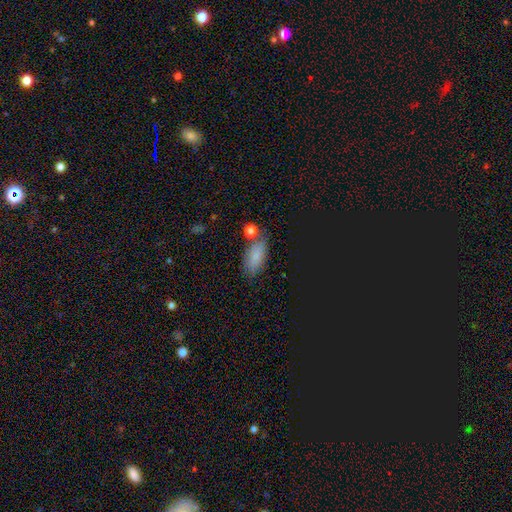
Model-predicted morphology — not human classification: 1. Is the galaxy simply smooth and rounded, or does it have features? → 77% smooth, 12% star or artifact, 11% featured or disk.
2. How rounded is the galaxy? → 85% in between, 10% cigar-shaped, 5% round.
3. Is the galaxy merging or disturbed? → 64% none, 18% minor disturbance, 12% merger, 6% major disturbance.